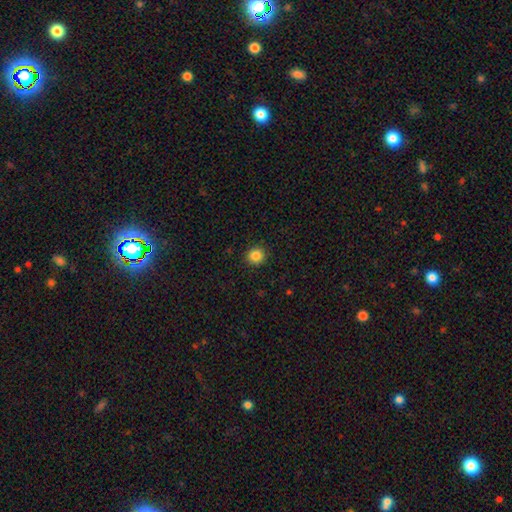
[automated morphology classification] smooth-or-featured: smooth: 85% | star or artifact: 11% | featured or disk: 4%
  how-rounded: round: 90% | in between: 9% | cigar-shaped: 1%
  merging: none: 92% | minor disturbance: 5% | major disturbance: 2% | merger: 1%